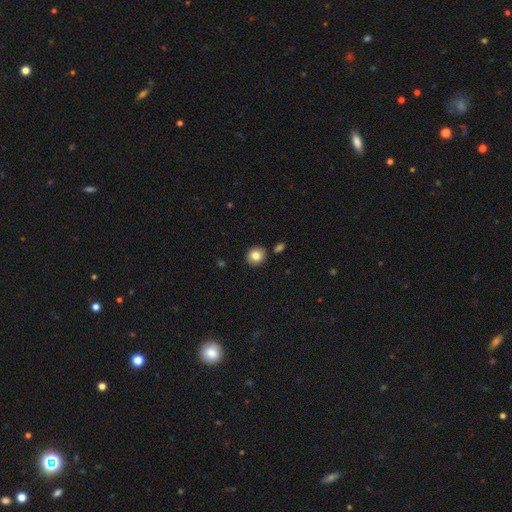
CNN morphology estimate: Smooth or featured? smooth (82%)
How rounded? round (89%)
Merging? none (87%)